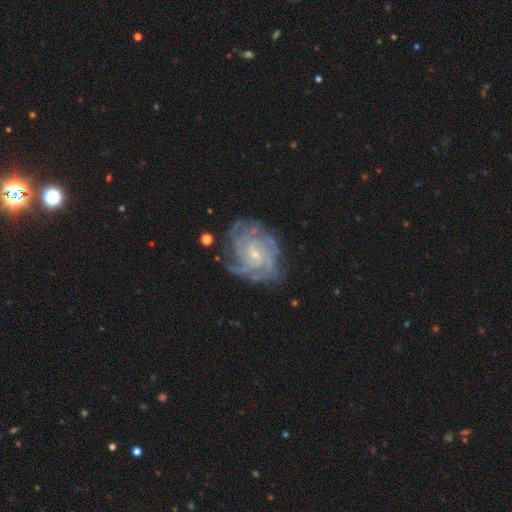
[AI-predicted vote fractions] Q: Smooth or featured?
A: featured or disk (81%); runner-up: star or artifact (11%)
Q: Edge-on disk?
A: no (97%); runner-up: yes (3%)
Q: Bar?
A: no (63%); runner-up: weak (30%)
Q: Spiral arms?
A: yes (96%); runner-up: no (4%)
Q: Spiral winding?
A: tight (66%); runner-up: medium (28%)
Q: Spiral arm count?
A: can't tell (29%); runner-up: 4 (23%)
Q: Bulge size?
A: small (70%); runner-up: moderate (24%)
Q: Merging?
A: none (76%); runner-up: minor disturbance (15%)